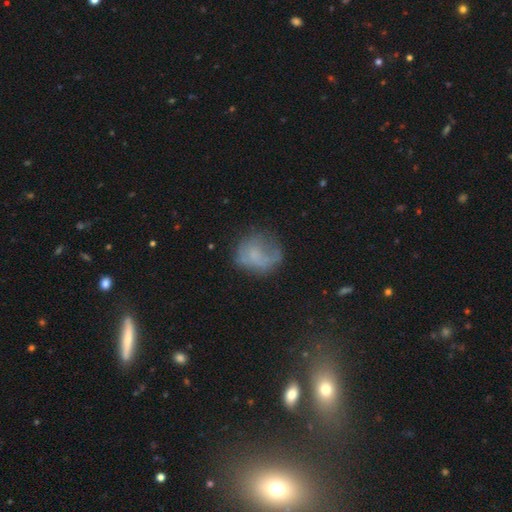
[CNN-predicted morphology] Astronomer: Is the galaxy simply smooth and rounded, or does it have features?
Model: smooth — 54% (runner-up: featured or disk, 32%).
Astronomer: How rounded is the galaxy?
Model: round — 60% (runner-up: in between, 38%).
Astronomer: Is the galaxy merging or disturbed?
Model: none — 45% (runner-up: minor disturbance, 27%).